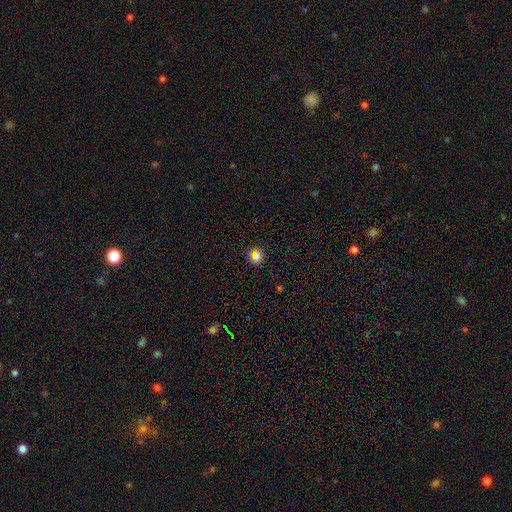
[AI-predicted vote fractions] smooth 59%, star or artifact 33%, featured or disk 8%. Down the decision tree: how rounded — round (85%); merging — none (85%).